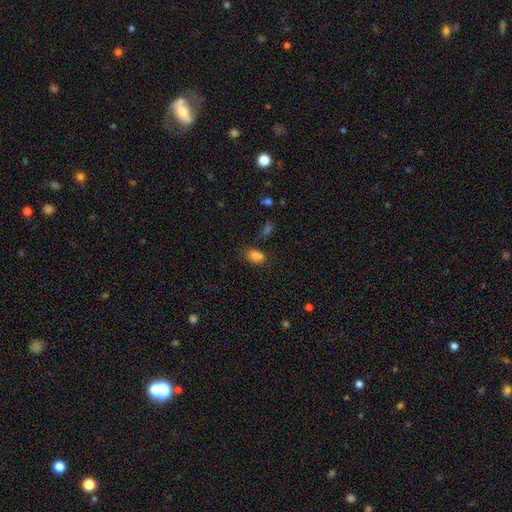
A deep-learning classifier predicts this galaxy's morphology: Smooth or featured? smooth (78%)
How rounded? in between (83%)
Merging? none (65%)